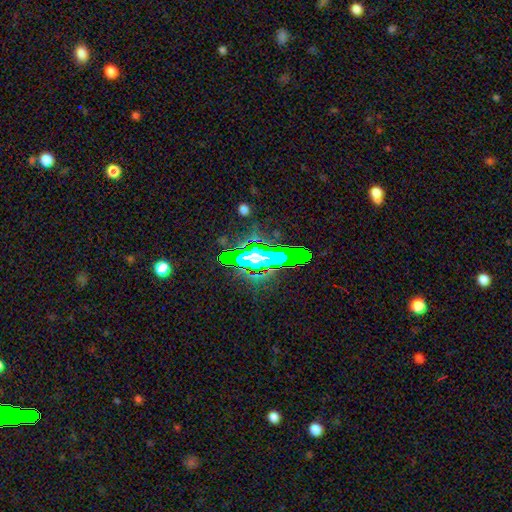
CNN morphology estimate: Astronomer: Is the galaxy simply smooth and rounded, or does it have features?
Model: star or artifact — 53%.